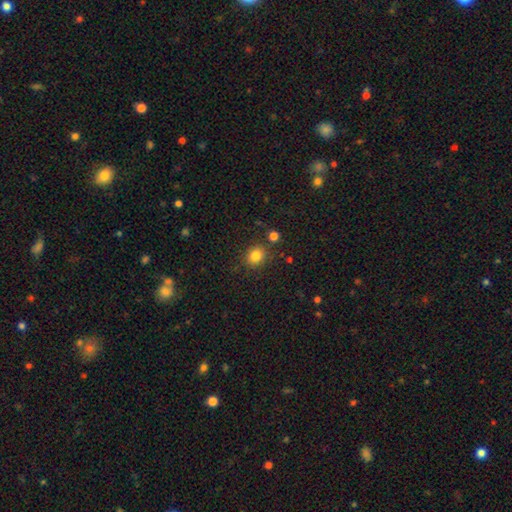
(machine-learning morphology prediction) smooth 82%, star or artifact 12%, featured or disk 6%. Down the decision tree: how rounded — round (67%); merging — none (82%).